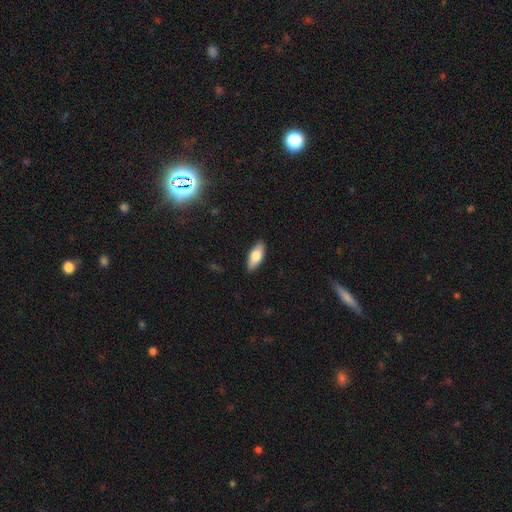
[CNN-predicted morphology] smooth_or_featured: smooth (p=0.74) [alt: featured or disk p=0.20]
how_rounded: in between (p=0.82) [alt: cigar-shaped p=0.15]
merging: none (p=0.89) [alt: minor disturbance p=0.08]